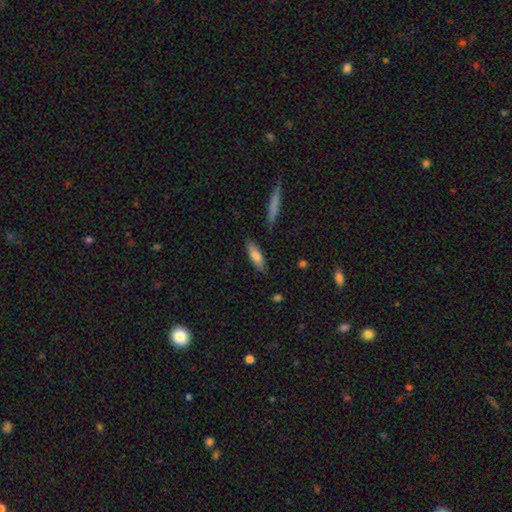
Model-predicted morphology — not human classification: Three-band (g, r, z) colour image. It shows a smooth galaxy with no disk features (76%) that is in between round and cigar-shaped (50%). Merging: none (83%).